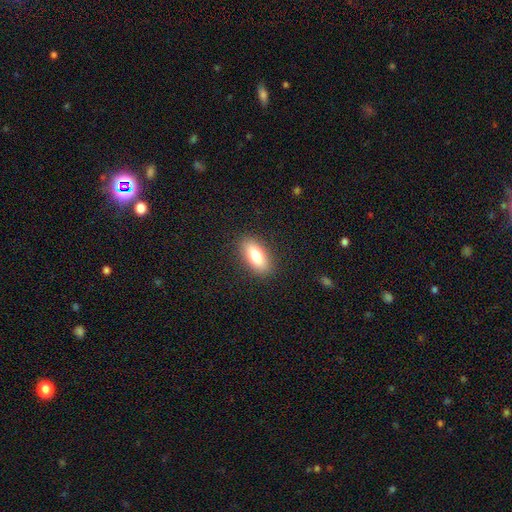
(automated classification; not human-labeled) smooth 78%, featured or disk 14%, star or artifact 7%. Down the decision tree: how rounded — in between (84%); merging — none (88%).